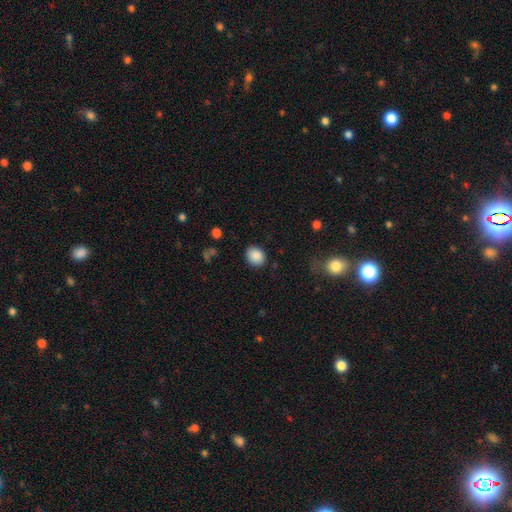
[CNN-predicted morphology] A smooth galaxy with no disk features (88%) that is round (55%). Merging: none (85%).